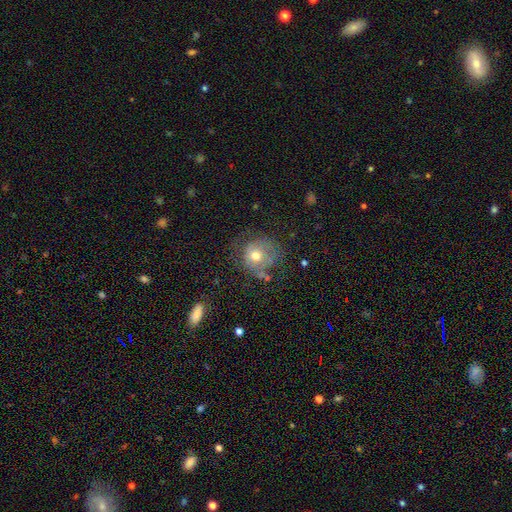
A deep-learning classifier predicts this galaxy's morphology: Q: Smooth or featured?
A: smooth (53%); runner-up: featured or disk (37%)
Q: How rounded?
A: round (82%); runner-up: in between (17%)
Q: Merging?
A: none (50%); runner-up: minor disturbance (25%)